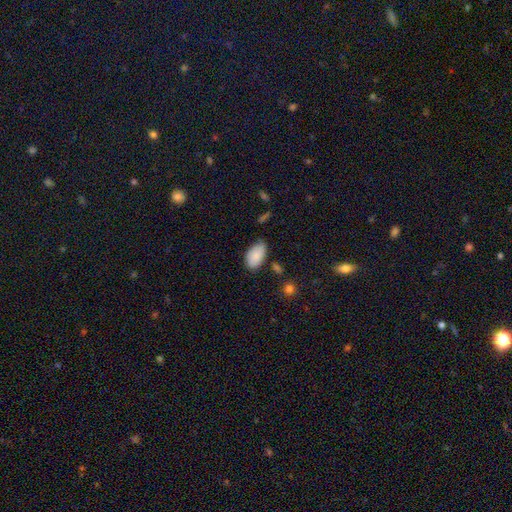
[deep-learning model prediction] This is clearly a smooth galaxy (87%). How rounded: clearly in between (94%). Merging: likely none (72%).